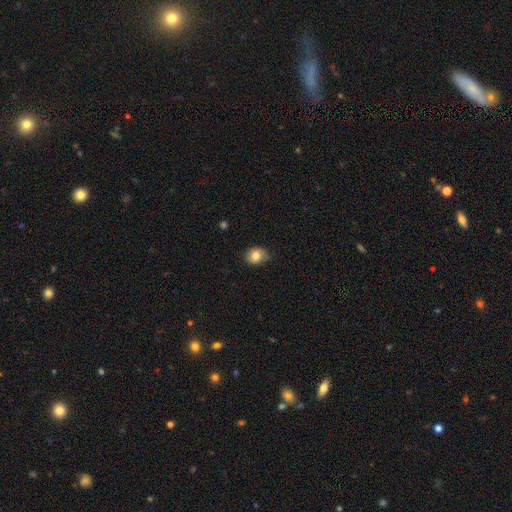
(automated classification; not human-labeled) This appears to be a smooth galaxy with no disk features (81%) that is round (63%). Merging: none (67%).